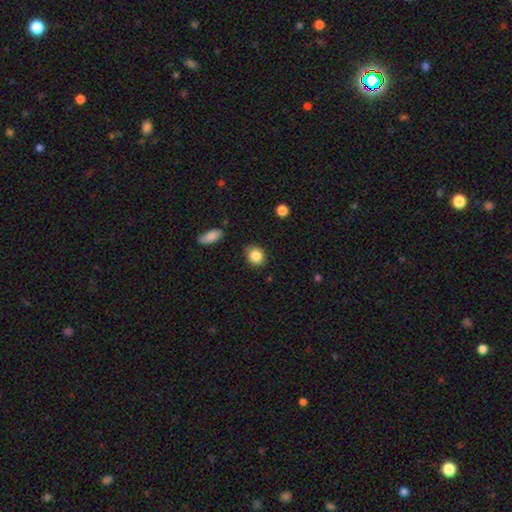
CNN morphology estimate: This is clearly a smooth galaxy (85%). How rounded: likely round (66%). Merging: clearly none (81%).